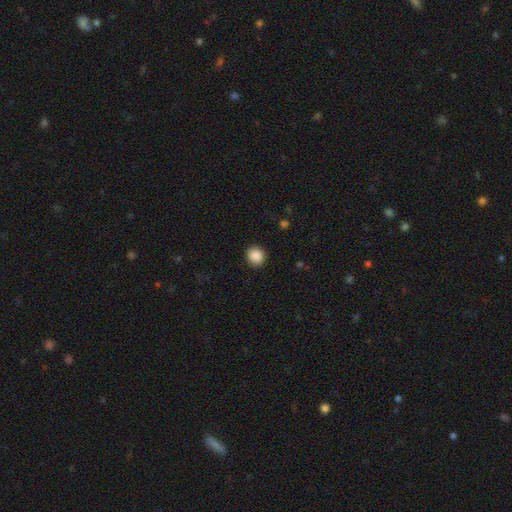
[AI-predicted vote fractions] Smooth or featured: smooth — 88% (star or artifact — 9%)
How rounded: round — 86% (in between — 14%)
Merging: none — 90% (minor disturbance — 6%)